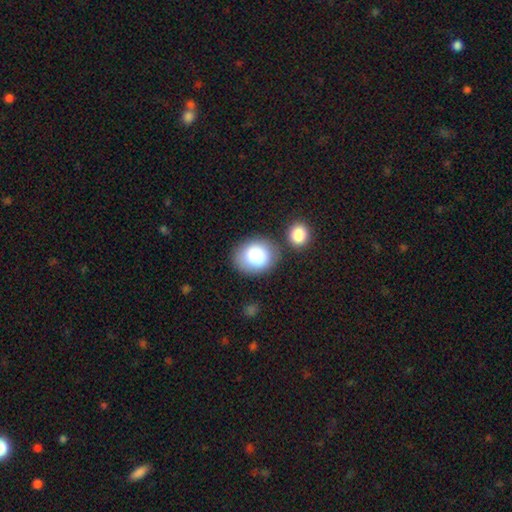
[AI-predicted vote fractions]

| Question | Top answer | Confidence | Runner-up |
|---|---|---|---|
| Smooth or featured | smooth | 86% | featured or disk (7%) |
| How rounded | round | 59% | in between (40%) |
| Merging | none | 67% | minor disturbance (14%) |